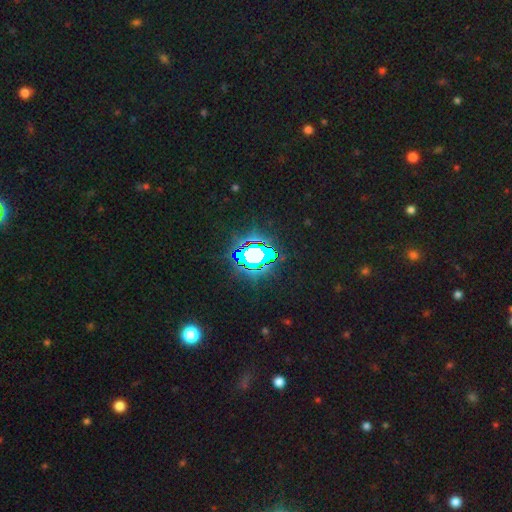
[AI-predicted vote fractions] Smooth or featured? star or artifact (73%)